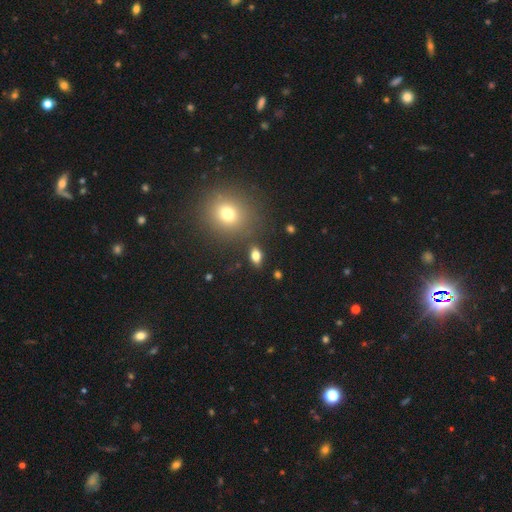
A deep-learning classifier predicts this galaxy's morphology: A smooth galaxy with no disk features (78%) that is in between round and cigar-shaped (84%). Merging: none (84%).